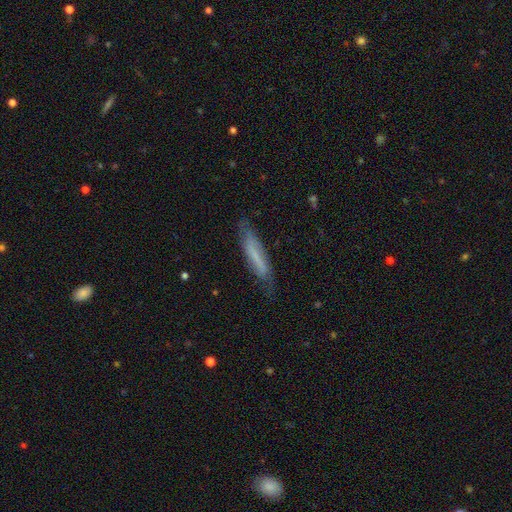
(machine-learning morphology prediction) Overall: smooth (49%; featured or disk 43%). Merging: none (69%).